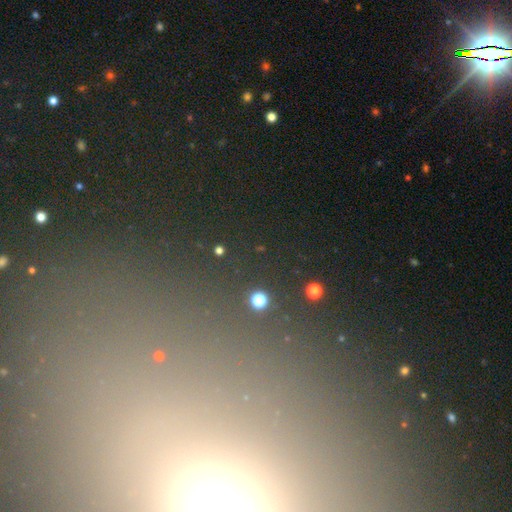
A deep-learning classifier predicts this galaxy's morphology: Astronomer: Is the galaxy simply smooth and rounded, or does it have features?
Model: star or artifact — 67%.